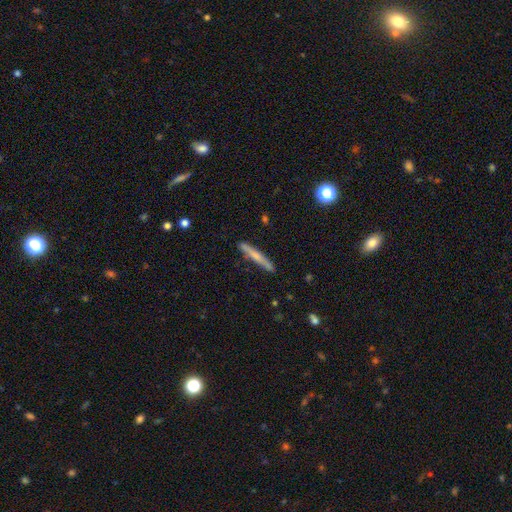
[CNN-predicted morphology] Smooth or featured? Predicted: smooth (p=0.56). How rounded? Predicted: cigar-shaped (p=0.95). Merging? Predicted: none (p=0.87).